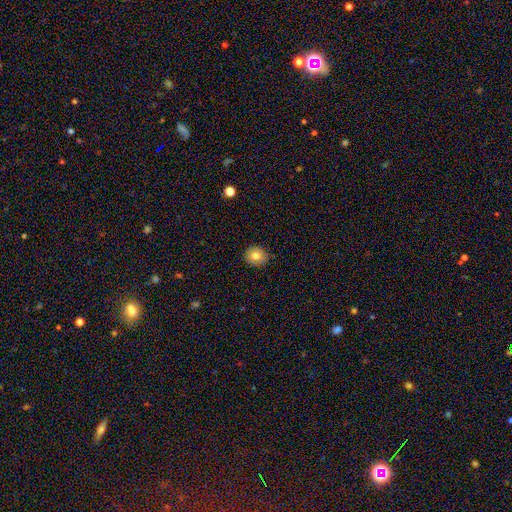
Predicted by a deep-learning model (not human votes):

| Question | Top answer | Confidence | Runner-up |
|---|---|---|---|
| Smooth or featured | smooth | 78% | featured or disk (12%) |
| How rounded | round | 87% | in between (12%) |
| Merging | none | 89% | minor disturbance (9%) |